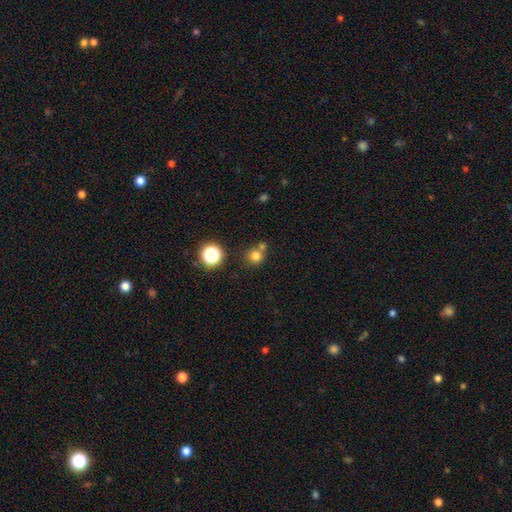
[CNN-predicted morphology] Overall: smooth (76%). How rounded: round (90%). Merging: none (62%; merger 26%).